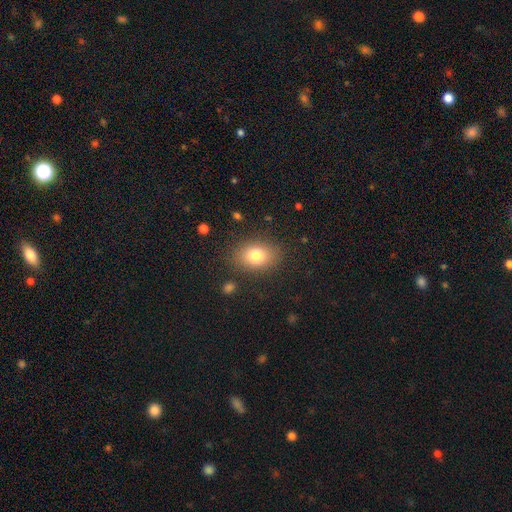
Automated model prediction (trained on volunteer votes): smooth_or_featured: smooth (p=0.79) [alt: featured or disk p=0.11]
how_rounded: in between (p=0.73) [alt: round p=0.26]
merging: none (p=0.84) [alt: minor disturbance p=0.10]